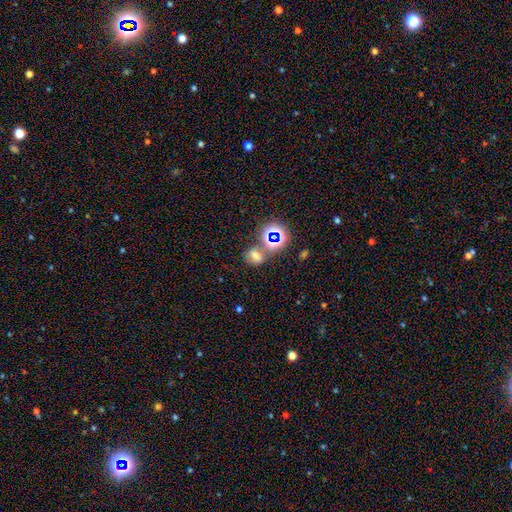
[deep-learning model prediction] smooth 51%, star or artifact 36%, featured or disk 13%. Down the decision tree: how rounded — in between (68%); merging — none (51%).